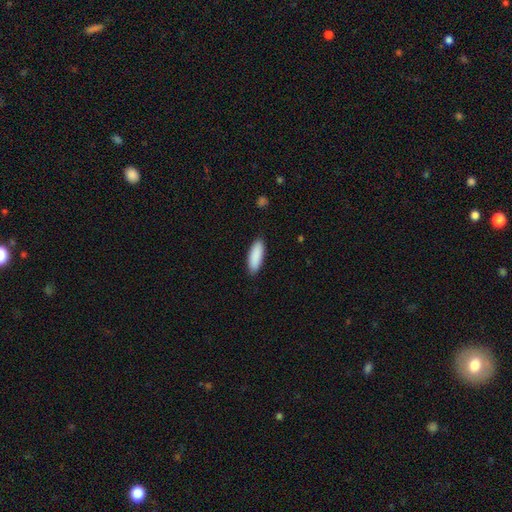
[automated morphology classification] Overall: smooth (90%). How rounded: in between (63%; cigar-shaped 35%). Merging: none (89%).